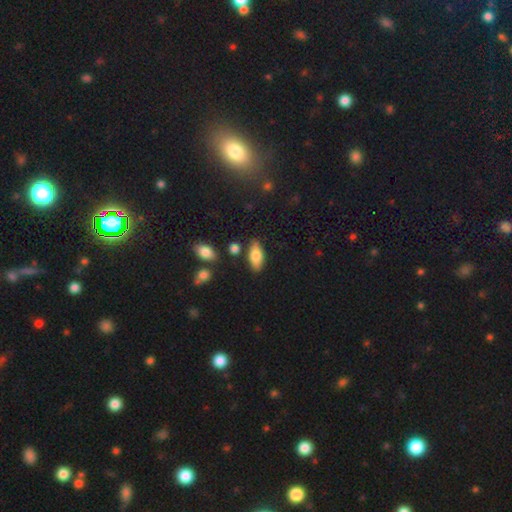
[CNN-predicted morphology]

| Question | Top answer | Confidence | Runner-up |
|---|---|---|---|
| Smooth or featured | smooth | 78% | featured or disk (15%) |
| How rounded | in between | 83% | cigar-shaped (14%) |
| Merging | none | 79% | minor disturbance (14%) |